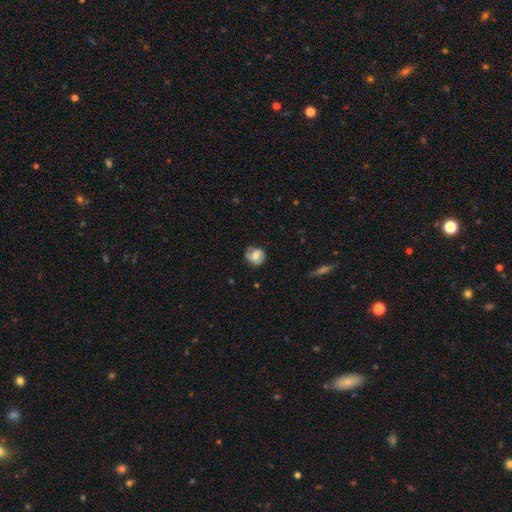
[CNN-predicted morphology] A smooth galaxy with no disk features (58%) that is round (76%).

Vote fractions:
- Smooth or featured? smooth: 58% / featured or disk: 34% / star or artifact: 8%
- How rounded? round: 76% / in between: 23% / cigar-shaped: 1%
- Merging? none: 68% / minor disturbance: 24% / major disturbance: 7% / merger: 1%